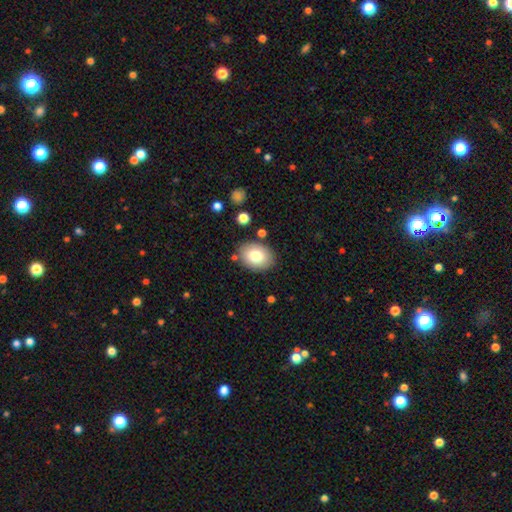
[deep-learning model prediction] smooth-or-featured: smooth: 79% | featured or disk: 13% | star or artifact: 8%
  how-rounded: in between: 71% | round: 28% | cigar-shaped: 1%
  merging: none: 83% | minor disturbance: 11% | merger: 3% | major disturbance: 3%